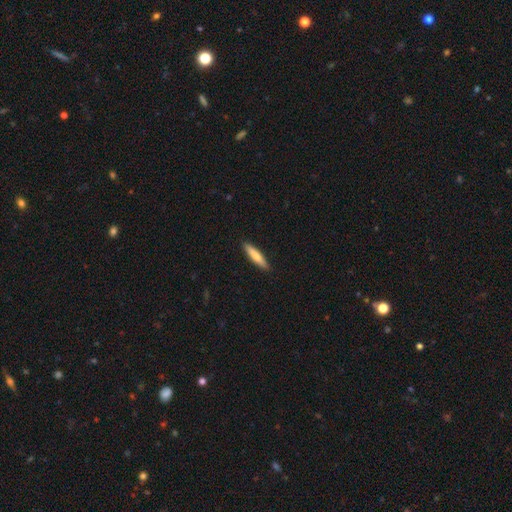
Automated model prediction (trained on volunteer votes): Q: Smooth or featured?
A: smooth (73%); runner-up: featured or disk (21%)
Q: How rounded?
A: cigar-shaped (86%); runner-up: in between (13%)
Q: Merging?
A: none (90%); runner-up: minor disturbance (7%)